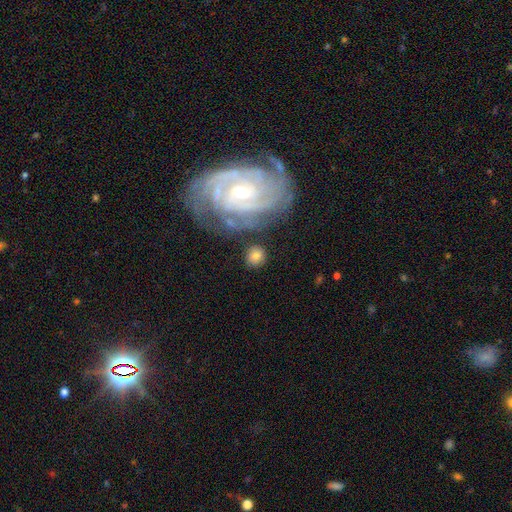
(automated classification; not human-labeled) Smooth or featured: smooth — 67% (featured or disk — 25%)
How rounded: round — 77% (in between — 21%)
Merging: none — 74% (minor disturbance — 12%)